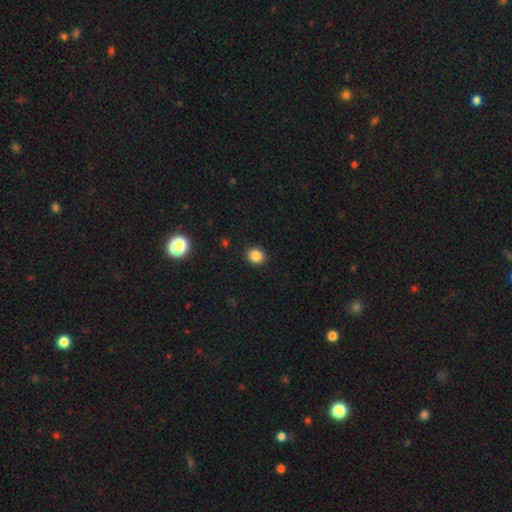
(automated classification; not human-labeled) Smooth or featured: smooth — 85% (star or artifact — 11%)
How rounded: round — 78% (in between — 21%)
Merging: none — 91% (minor disturbance — 6%)